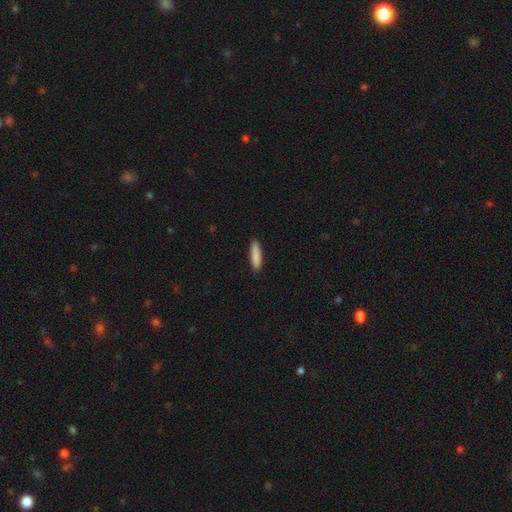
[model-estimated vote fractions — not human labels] Morphology: type=smooth (87%); roundness=cigar-shaped (79%); merging=none (90%).